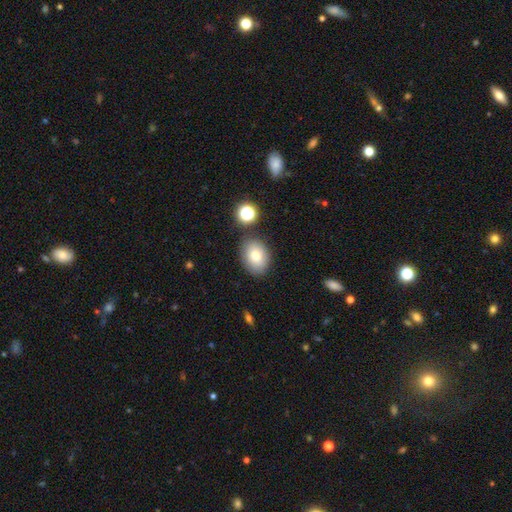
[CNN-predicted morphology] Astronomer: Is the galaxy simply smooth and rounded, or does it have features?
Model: smooth — 79%.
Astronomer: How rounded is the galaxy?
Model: in between — 71%.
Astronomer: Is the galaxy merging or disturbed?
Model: none — 80%.